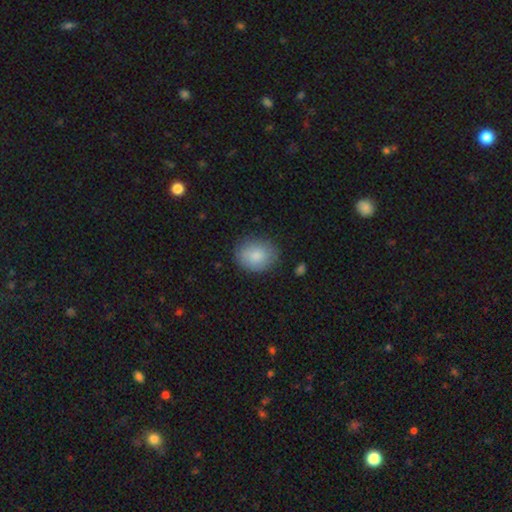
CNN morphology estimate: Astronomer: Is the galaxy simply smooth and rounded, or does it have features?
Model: smooth — 84%.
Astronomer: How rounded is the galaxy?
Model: round — 51% (runner-up: in between, 48%).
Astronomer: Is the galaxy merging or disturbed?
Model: none — 80%.